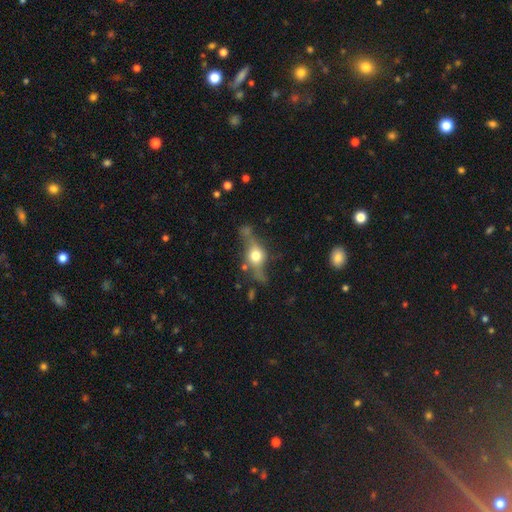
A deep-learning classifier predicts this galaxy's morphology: type=featured or disk (57%); edge-on=yes (72%); merging=none (59%).